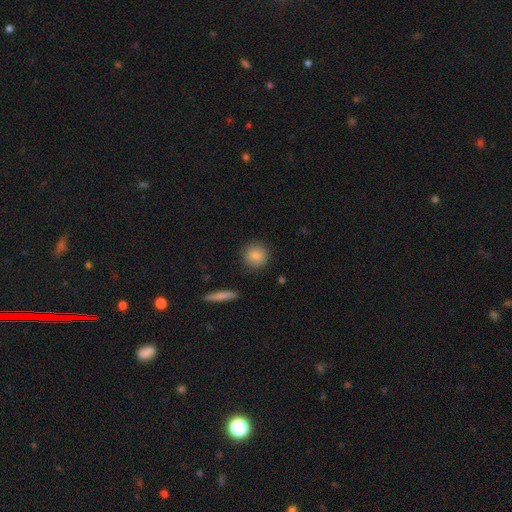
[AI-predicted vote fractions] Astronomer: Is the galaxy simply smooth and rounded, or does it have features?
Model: smooth — 85%.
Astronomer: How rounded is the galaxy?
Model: round — 90%.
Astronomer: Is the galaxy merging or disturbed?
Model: none — 88%.